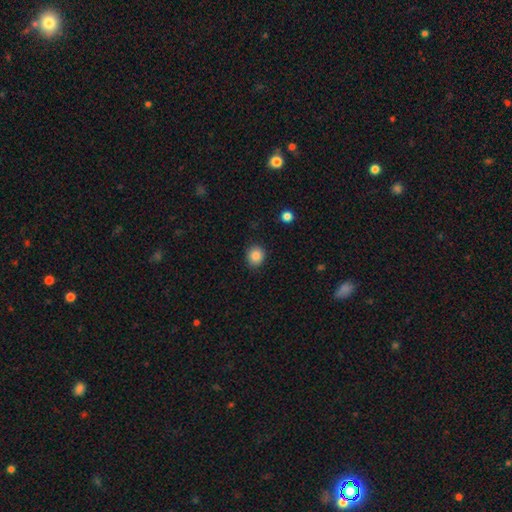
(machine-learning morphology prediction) This appears to be a smooth galaxy with no disk features (86%) that is round (83%). Merging: none (88%).